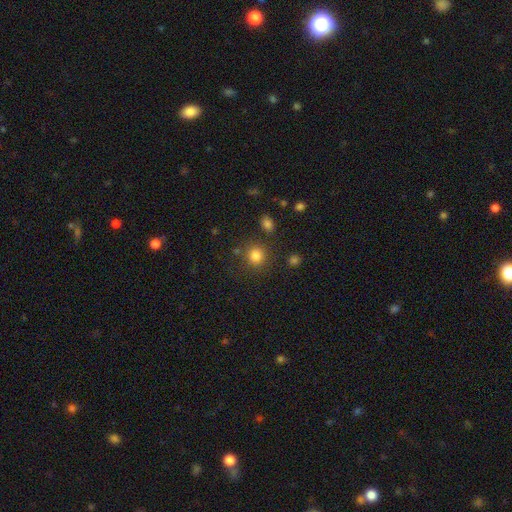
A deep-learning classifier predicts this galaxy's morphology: The model was most divided on "smooth or featured": smooth: 82%, star or artifact: 13%, featured or disk: 5%. More confident: how rounded — round (88%); merging — none (80%).